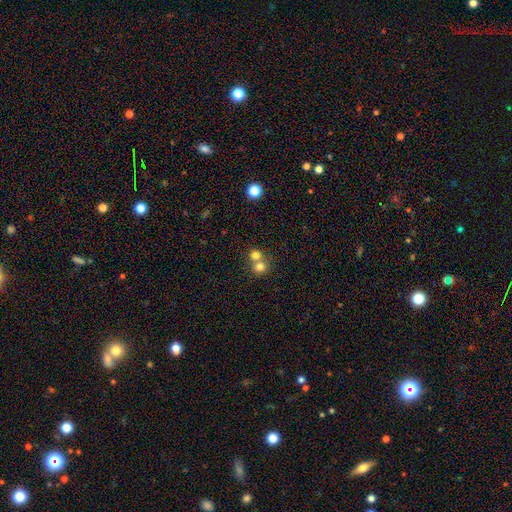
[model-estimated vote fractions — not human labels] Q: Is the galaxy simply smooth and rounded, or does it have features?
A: smooth — 76%.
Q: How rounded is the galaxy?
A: round — 84%.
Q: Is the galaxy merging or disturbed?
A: merger — 54%.